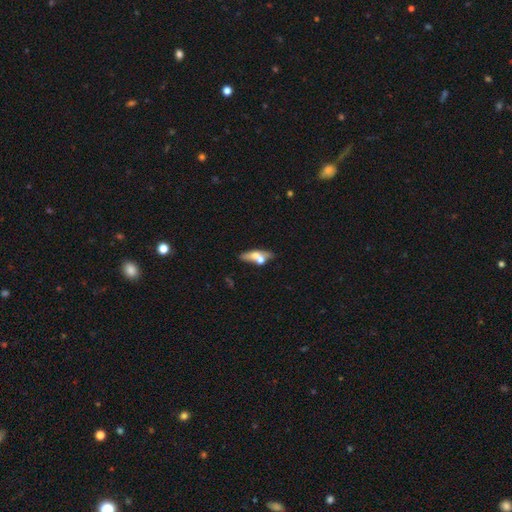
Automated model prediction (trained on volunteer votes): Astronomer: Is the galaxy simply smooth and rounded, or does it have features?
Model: smooth — 53% (runner-up: featured or disk, 40%).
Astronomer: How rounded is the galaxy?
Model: in between — 49% (runner-up: cigar-shaped, 44%).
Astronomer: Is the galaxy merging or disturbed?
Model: none — 46% (runner-up: merger, 33%).